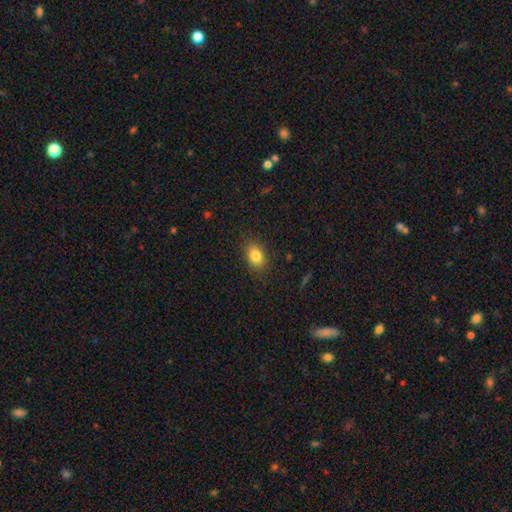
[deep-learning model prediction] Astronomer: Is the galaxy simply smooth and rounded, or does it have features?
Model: smooth — 82%.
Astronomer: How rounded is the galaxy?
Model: in between — 76%.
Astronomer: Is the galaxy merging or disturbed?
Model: none — 86%.